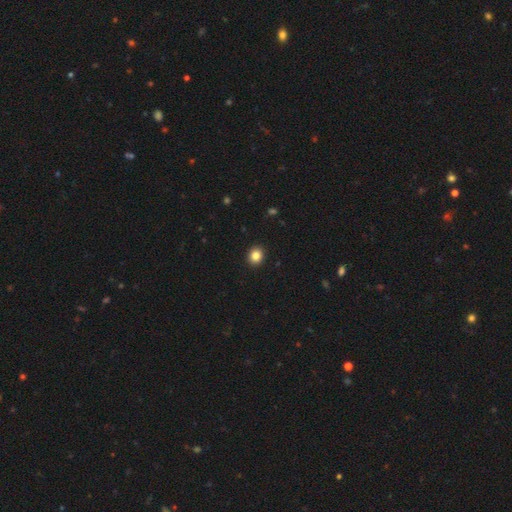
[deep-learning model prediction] smooth_or_featured: smooth (p=0.85) [alt: star or artifact p=0.10]
how_rounded: round (p=0.73) [alt: in between p=0.26]
merging: none (p=0.93) [alt: minor disturbance p=0.05]